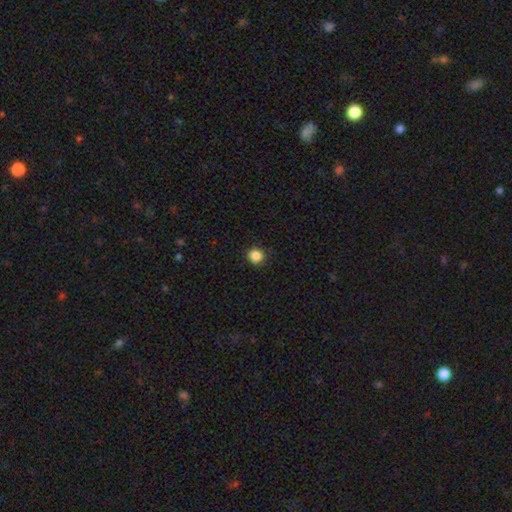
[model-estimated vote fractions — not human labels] Morphology: type=smooth (86%); roundness=round (93%); merging=none (91%).